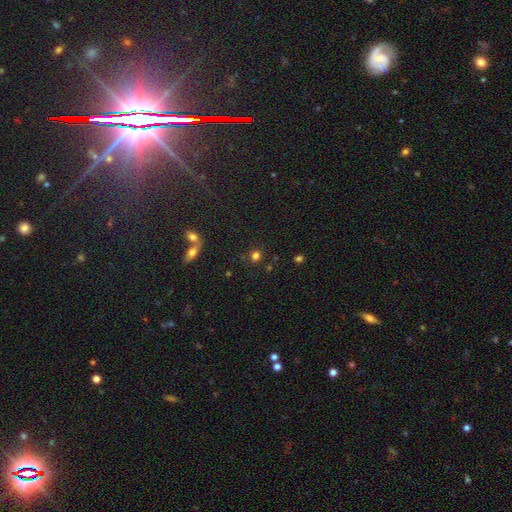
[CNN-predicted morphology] Overall: smooth (75%). How rounded: round (85%). Merging: none (79%).